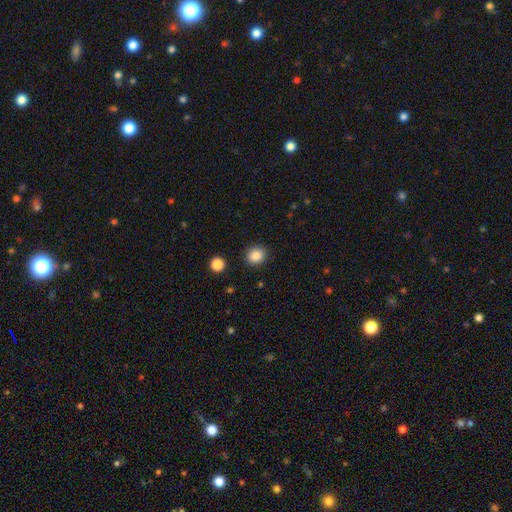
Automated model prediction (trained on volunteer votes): smooth-or-featured: smooth: 86% | star or artifact: 10% | featured or disk: 4%
  how-rounded: round: 79% | in between: 20% | cigar-shaped: 1%
  merging: none: 90% | minor disturbance: 6% | major disturbance: 2% | merger: 1%